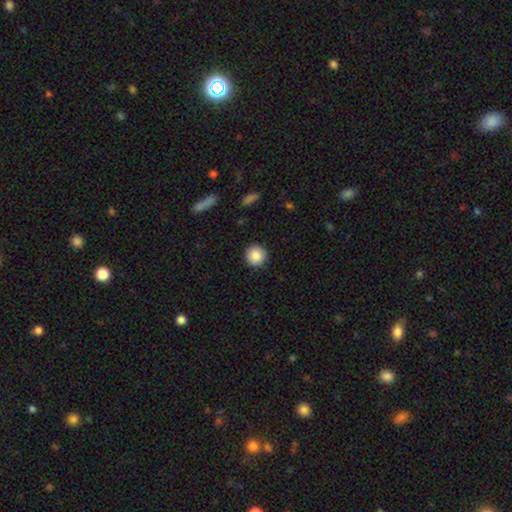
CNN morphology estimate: Smooth or featured?
  - smooth: 88% *
  - star or artifact: 8%
  - featured or disk: 4%
How rounded?
  - round: 95% *
  - in between: 4%
  - cigar-shaped: 1%
Merging?
  - none: 92% *
  - minor disturbance: 5%
  - major disturbance: 2%
  - merger: 1%